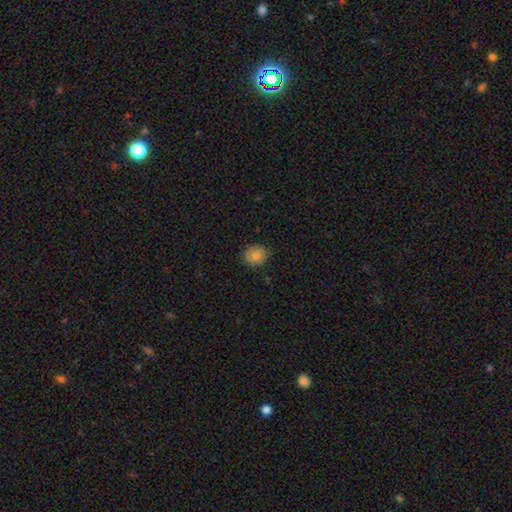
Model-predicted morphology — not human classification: Smooth or featured? smooth (81%)
How rounded? round (63%)
Merging? none (83%)